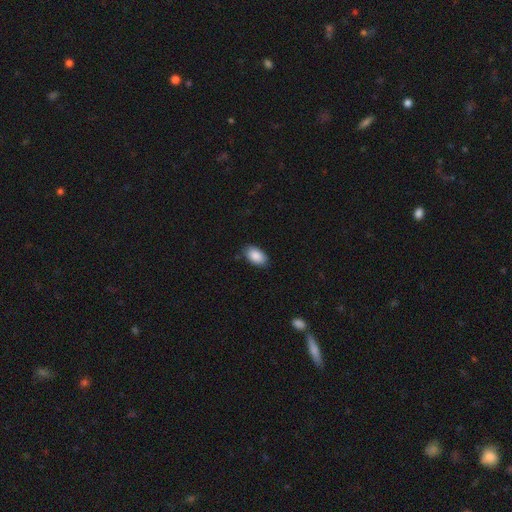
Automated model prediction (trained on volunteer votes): This appears to be a smooth galaxy with no disk features (89%) that is in between round and cigar-shaped (93%). Merging: none (84%).